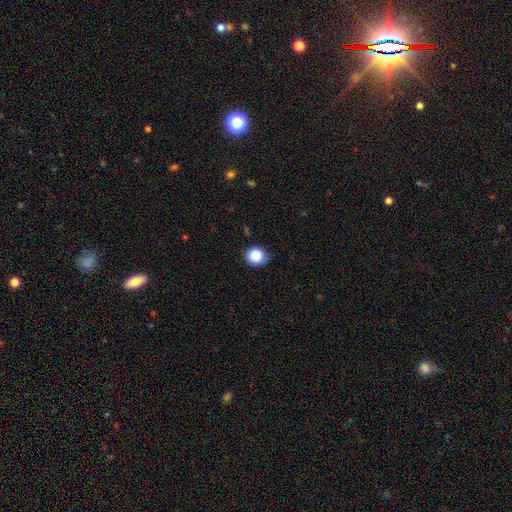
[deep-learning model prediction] Smooth or featured? smooth (88%)
How rounded? round (83%)
Merging? none (84%)